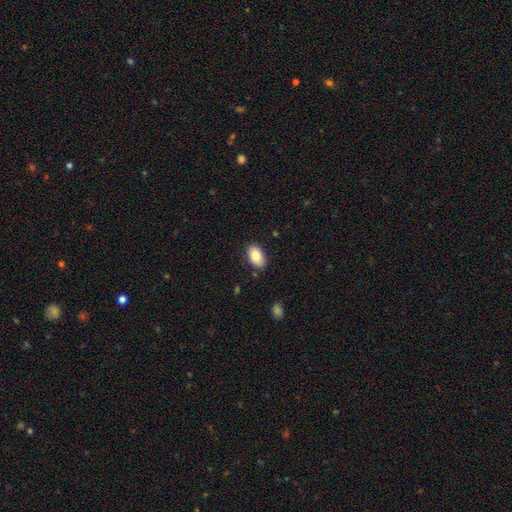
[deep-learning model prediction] Morphology: type=smooth (82%); roundness=in between (93%); merging=none (86%).